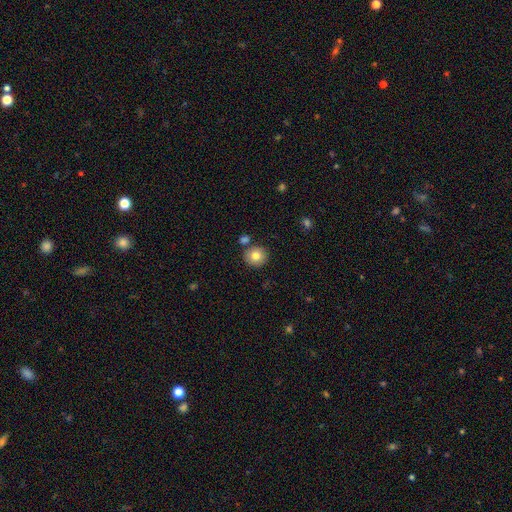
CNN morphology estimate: Smooth or featured?
  - smooth: 80% *
  - star or artifact: 10%
  - featured or disk: 10%
How rounded?
  - round: 90% *
  - in between: 9%
  - cigar-shaped: 1%
Merging?
  - none: 80% *
  - merger: 10%
  - minor disturbance: 8%
  - major disturbance: 2%